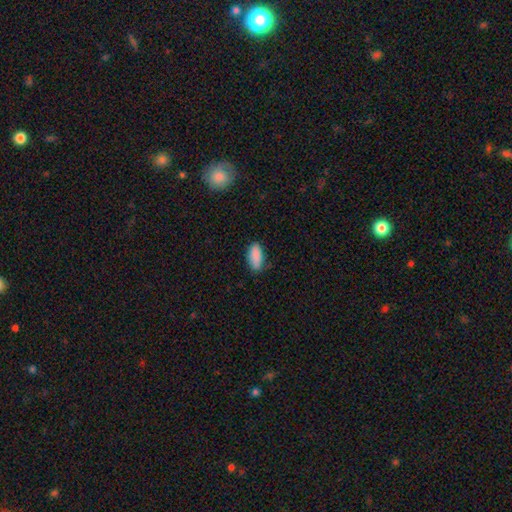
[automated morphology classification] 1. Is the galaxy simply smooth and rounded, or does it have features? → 88% smooth, 7% star or artifact, 5% featured or disk.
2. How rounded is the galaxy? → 88% in between, 9% cigar-shaped, 2% round.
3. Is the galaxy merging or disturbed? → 74% none, 21% minor disturbance, 3% major disturbance, 2% merger.